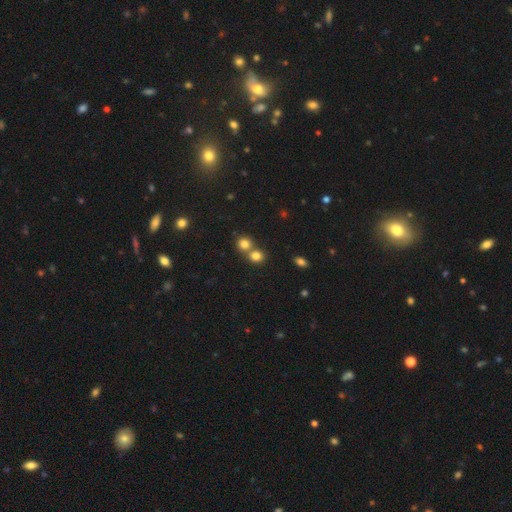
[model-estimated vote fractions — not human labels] Smooth or featured? smooth (80%)
How rounded? round (79%)
Merging? none (51%)